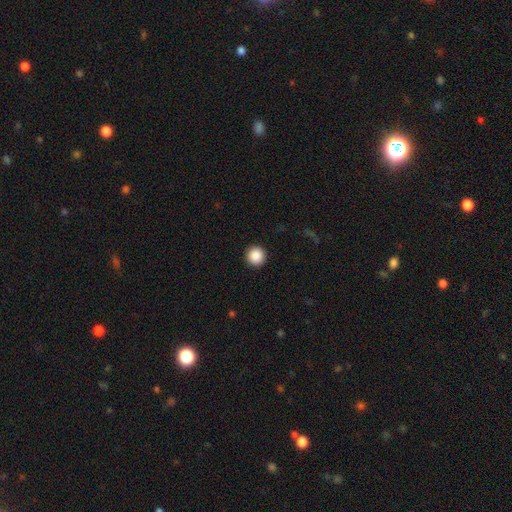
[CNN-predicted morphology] Q: Smooth or featured?
A: smooth (88%); runner-up: star or artifact (9%)
Q: How rounded?
A: round (96%); runner-up: in between (3%)
Q: Merging?
A: none (93%); runner-up: minor disturbance (4%)